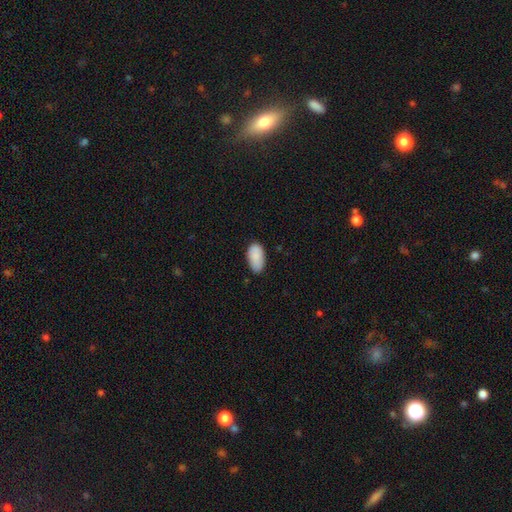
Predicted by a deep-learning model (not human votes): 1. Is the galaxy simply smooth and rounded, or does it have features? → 87% smooth, 7% star or artifact, 6% featured or disk.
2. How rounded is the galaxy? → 94% in between, 4% round, 2% cigar-shaped.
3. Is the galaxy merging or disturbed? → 71% none, 24% minor disturbance, 4% major disturbance, 1% merger.